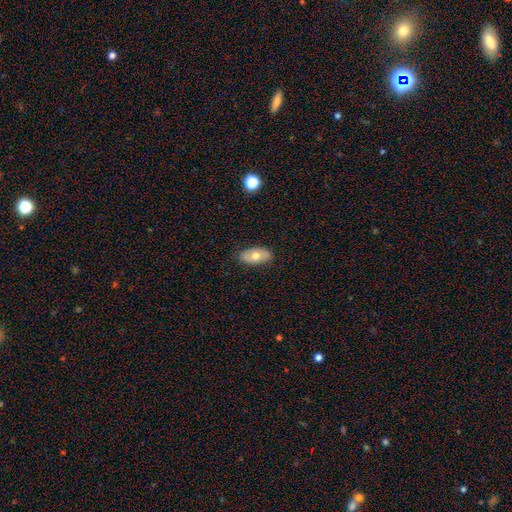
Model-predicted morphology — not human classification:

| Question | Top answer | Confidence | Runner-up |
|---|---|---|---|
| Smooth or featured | smooth | 63% | featured or disk (30%) |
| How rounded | in between | 92% | round (5%) |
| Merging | none | 84% | minor disturbance (12%) |